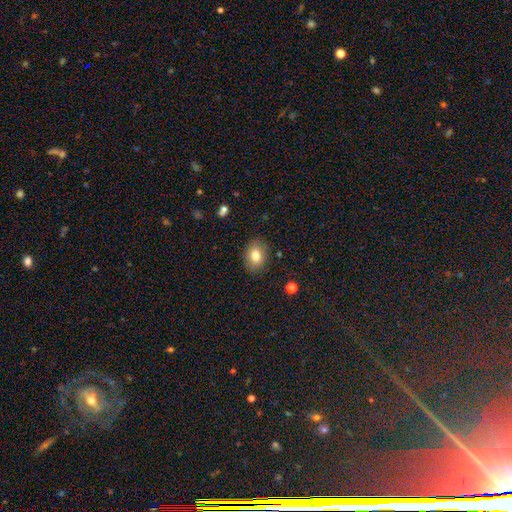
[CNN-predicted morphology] Smooth or featured?
  - smooth: 80% *
  - featured or disk: 11%
  - star or artifact: 9%
How rounded?
  - in between: 65% *
  - round: 34%
  - cigar-shaped: 1%
Merging?
  - none: 86% *
  - minor disturbance: 10%
  - major disturbance: 3%
  - merger: 1%